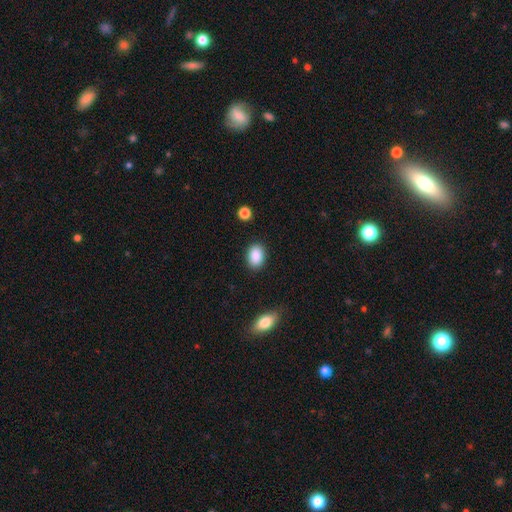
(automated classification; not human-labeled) A smooth galaxy with no disk features (89%) that is in between round and cigar-shaped (80%). Merging: none (87%).